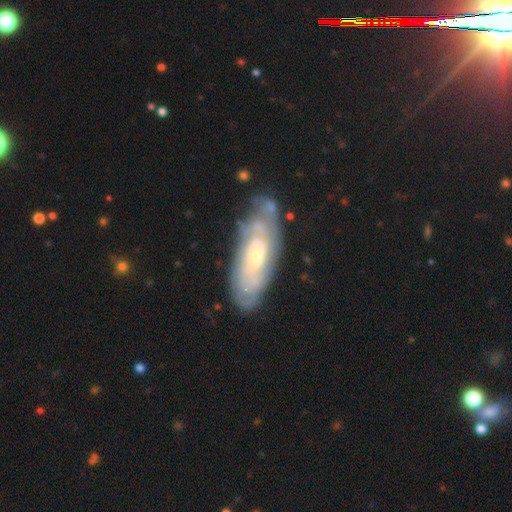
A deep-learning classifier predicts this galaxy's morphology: Smooth or featured: featured or disk — 77% (smooth — 17%)
Edge-on disk: no — 88% (yes — 12%)
Bar: no — 69% (weak — 25%)
Spiral arms: yes — 88% (no — 12%)
Spiral winding: tight — 74% (medium — 21%)
Spiral arm count: can't tell — 60% (2 — 14%)
Bulge size: small — 62% (moderate — 32%)
Merging: none — 70% (minor disturbance — 20%)